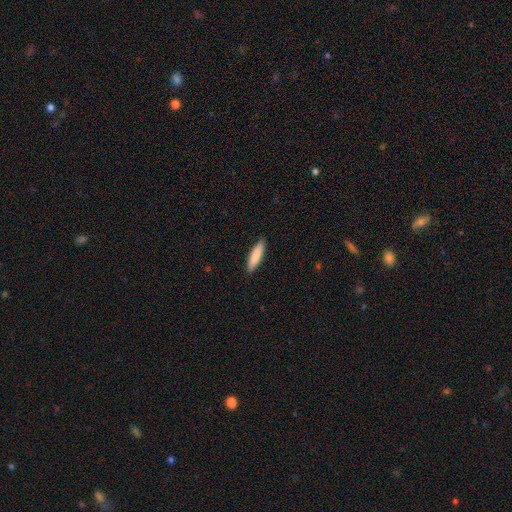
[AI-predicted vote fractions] Smooth or featured: smooth — 86% (featured or disk — 8%)
How rounded: cigar-shaped — 72% (in between — 27%)
Merging: none — 90% (minor disturbance — 8%)